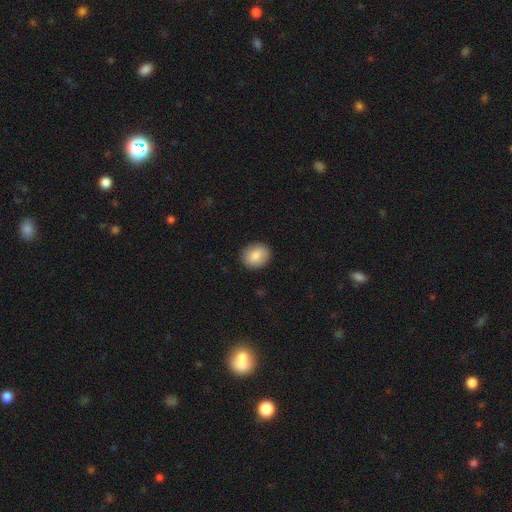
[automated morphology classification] Overall: smooth (85%). How rounded: round (64%; in between 35%). Merging: none (90%).